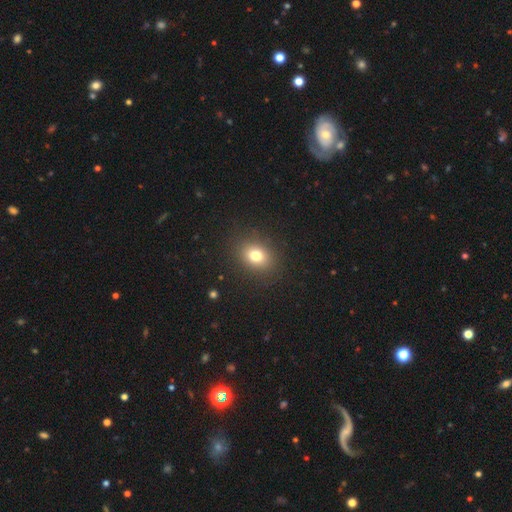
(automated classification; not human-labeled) smooth 77%, star or artifact 13%, featured or disk 10%. Down the decision tree: how rounded — in between (50%); merging — none (88%).